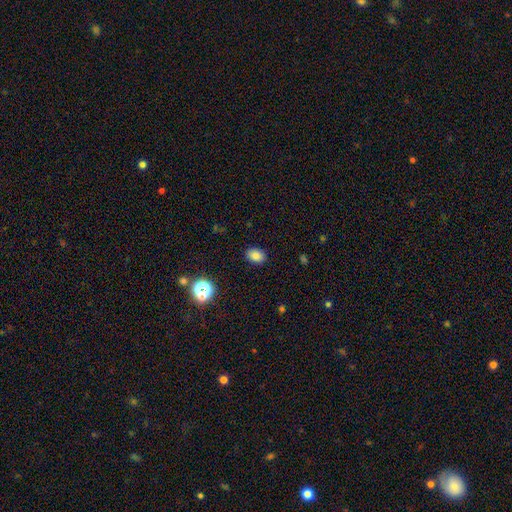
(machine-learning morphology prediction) smooth 80%, star or artifact 13%, featured or disk 7%. Down the decision tree: how rounded — in between (76%); merging — none (88%).